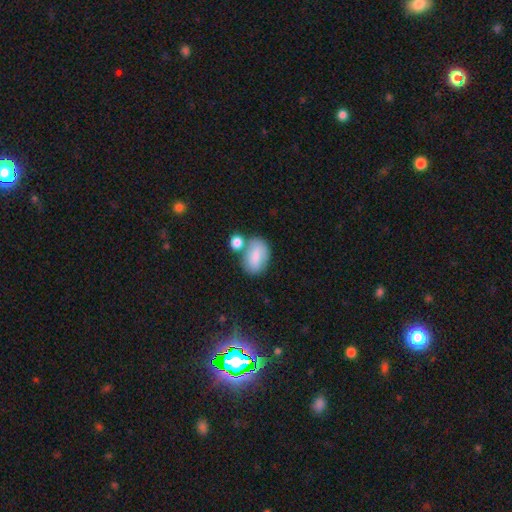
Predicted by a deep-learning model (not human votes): Smooth or featured? Predicted: smooth (p=0.77). How rounded? Predicted: in between (p=0.82). Merging? Predicted: none (p=0.49).